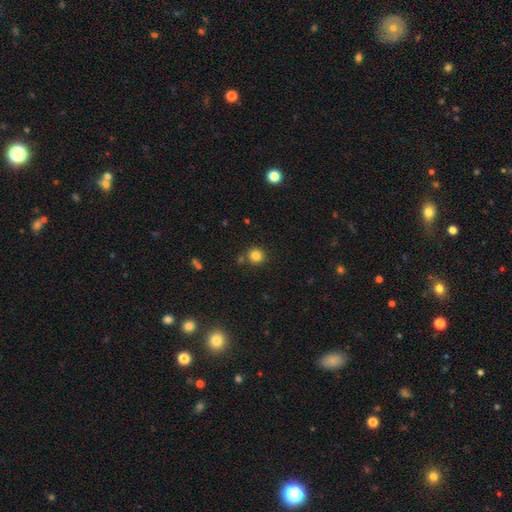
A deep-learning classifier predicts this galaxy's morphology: Smooth or featured? smooth (82%)
How rounded? round (92%)
Merging? none (82%)